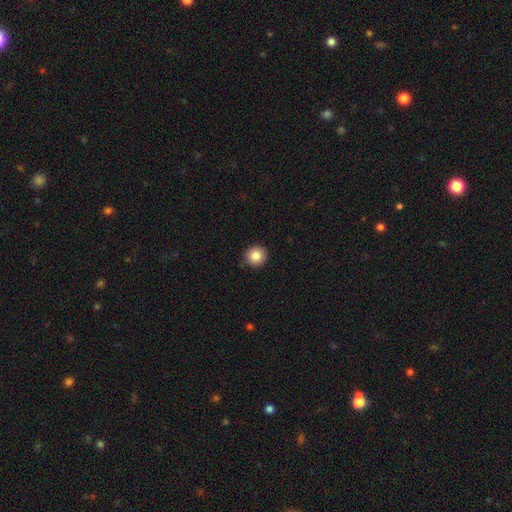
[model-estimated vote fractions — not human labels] Morphology: type=smooth (85%); roundness=round (96%); merging=none (90%).